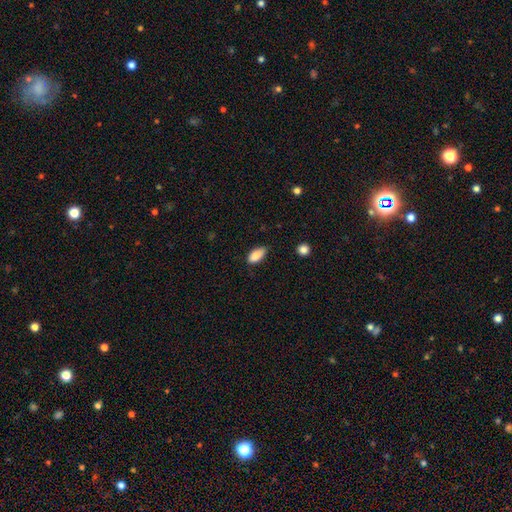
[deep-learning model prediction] This appears to be a smooth galaxy with no disk features (86%) that is in between round and cigar-shaped (89%). Merging: none (73%).